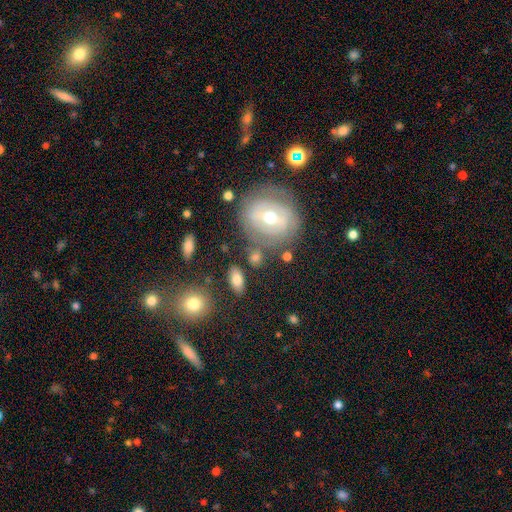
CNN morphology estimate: smooth_or_featured: featured or disk (p=0.55) [alt: smooth p=0.35]
disk_edge_on: no (p=0.89) [alt: yes p=0.11]
merging: none (p=0.69) [alt: minor disturbance p=0.17]